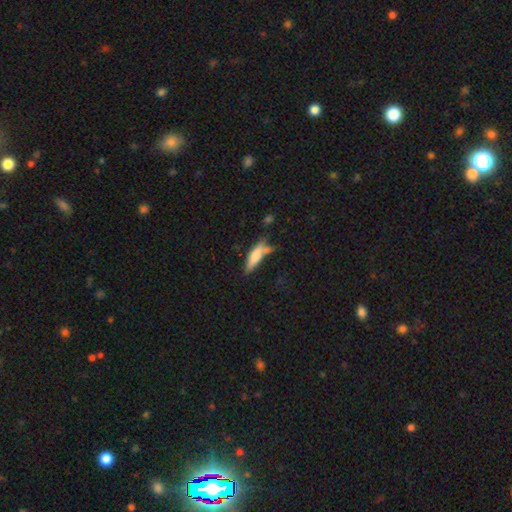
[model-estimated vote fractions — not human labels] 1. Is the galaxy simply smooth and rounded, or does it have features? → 65% smooth, 27% featured or disk, 7% star or artifact.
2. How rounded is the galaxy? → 62% cigar-shaped, 36% in between, 2% round.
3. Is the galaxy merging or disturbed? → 55% none, 23% minor disturbance, 14% merger, 9% major disturbance.